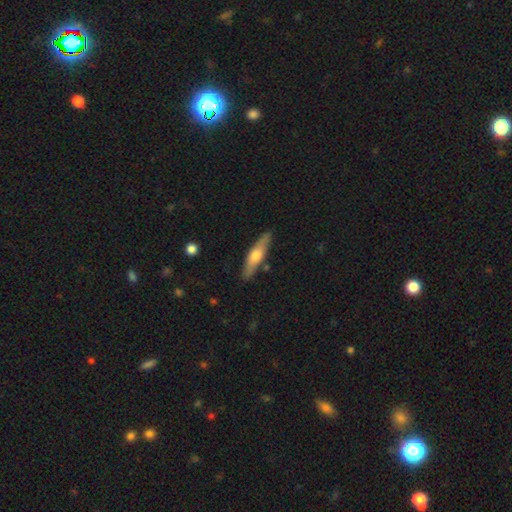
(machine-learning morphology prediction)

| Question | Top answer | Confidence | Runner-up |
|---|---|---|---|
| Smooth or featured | featured or disk | 49% | smooth (45%) |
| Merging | none | 87% | minor disturbance (9%) |